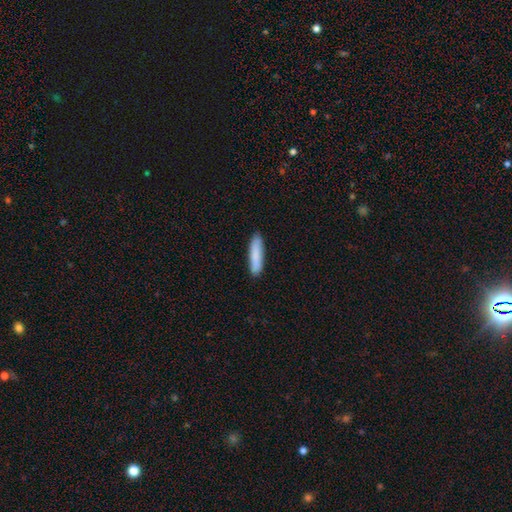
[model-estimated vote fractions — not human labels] Q: Smooth or featured?
A: smooth (86%); runner-up: featured or disk (8%)
Q: How rounded?
A: cigar-shaped (80%); runner-up: in between (18%)
Q: Merging?
A: none (88%); runner-up: minor disturbance (9%)